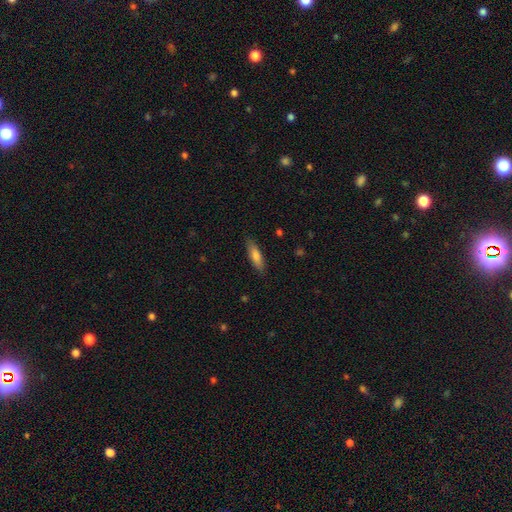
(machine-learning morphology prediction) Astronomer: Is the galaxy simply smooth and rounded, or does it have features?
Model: smooth — 76%.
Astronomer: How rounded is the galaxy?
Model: cigar-shaped — 61% (runner-up: in between, 38%).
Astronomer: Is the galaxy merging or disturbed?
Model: none — 87%.